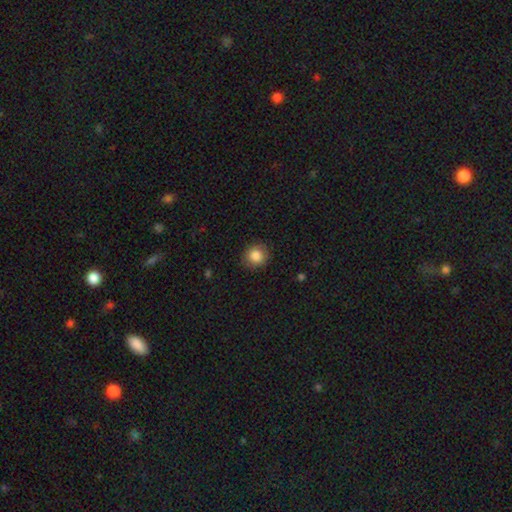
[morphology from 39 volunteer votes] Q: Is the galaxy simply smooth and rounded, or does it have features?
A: smooth — 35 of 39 (90%).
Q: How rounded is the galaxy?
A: round — 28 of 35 (80%).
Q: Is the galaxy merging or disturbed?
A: none — 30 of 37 (81%).